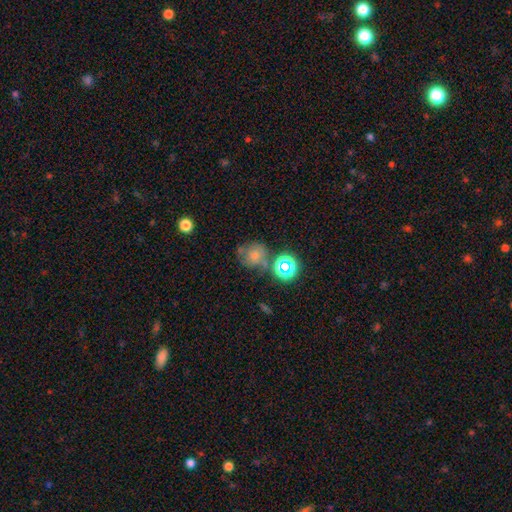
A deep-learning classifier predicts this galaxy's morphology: A smooth galaxy with no disk features (64%) that is round (85%). Merging: none (53%).